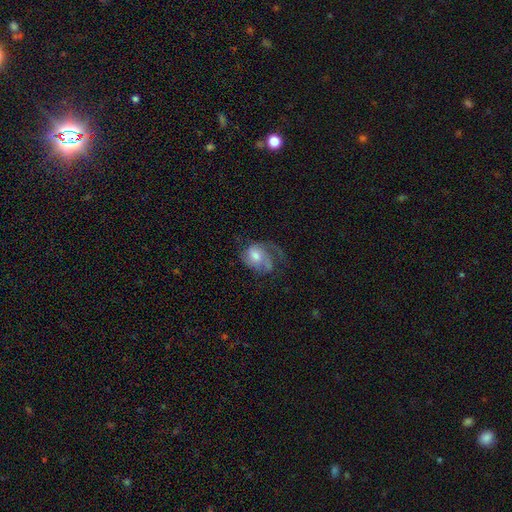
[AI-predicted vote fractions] This appears to be a featured or disk galaxy (69%) with no bar (63%), 2 (39%) medium (43%) spiral arms (88%) and a moderate central bulge (60%). Merging: none (42%).